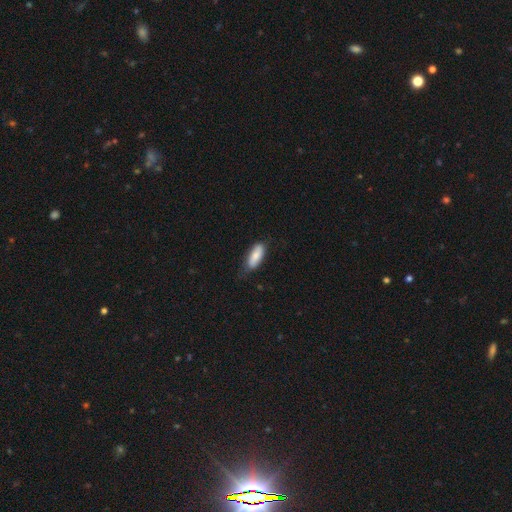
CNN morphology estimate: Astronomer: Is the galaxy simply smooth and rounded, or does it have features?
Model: smooth — 83%.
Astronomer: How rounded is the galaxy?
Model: in between — 73%.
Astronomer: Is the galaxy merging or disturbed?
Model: none — 69%.